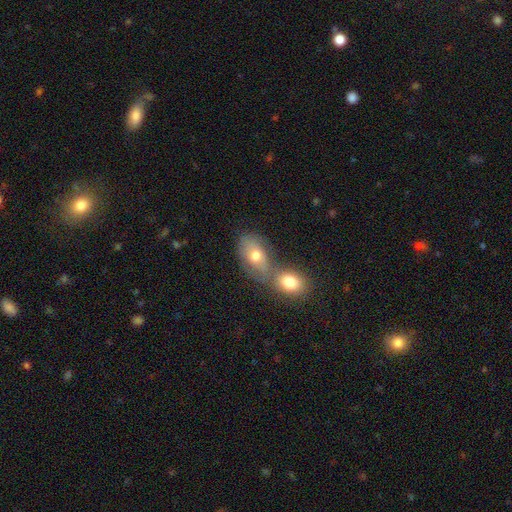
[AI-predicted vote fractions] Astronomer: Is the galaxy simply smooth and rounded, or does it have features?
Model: smooth — 70%.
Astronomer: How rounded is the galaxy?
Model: in between — 84%.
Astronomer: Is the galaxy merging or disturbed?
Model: merger — 53% (runner-up: none, 33%).